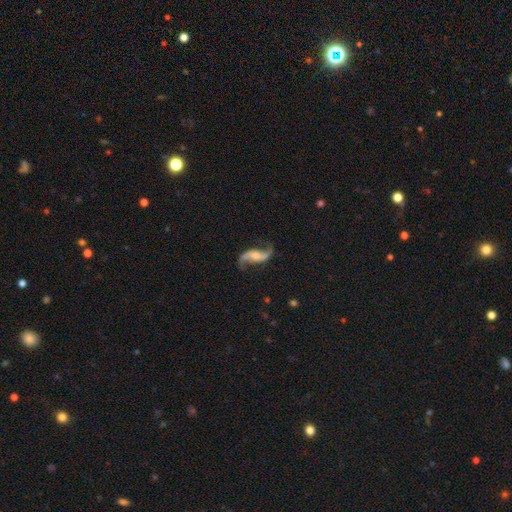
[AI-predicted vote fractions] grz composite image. It shows a featured or disk galaxy (89%) with no bar (43%), 2 (94%) loose (86%) spiral arms (96%) and a small central bulge (42%). Merging: none (78%).